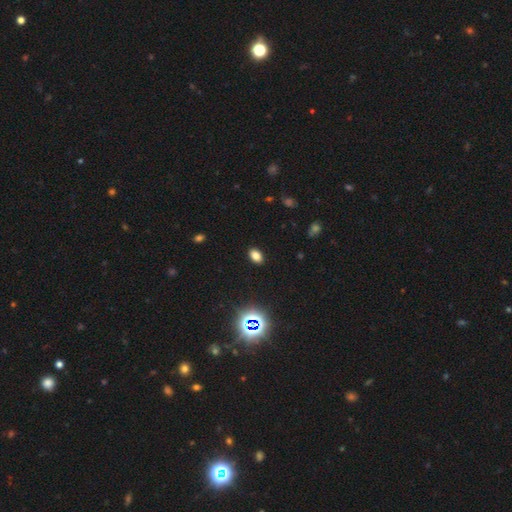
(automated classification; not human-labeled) smooth 77%, star or artifact 17%, featured or disk 6%. Down the decision tree: how rounded — in between (86%); merging — none (89%).